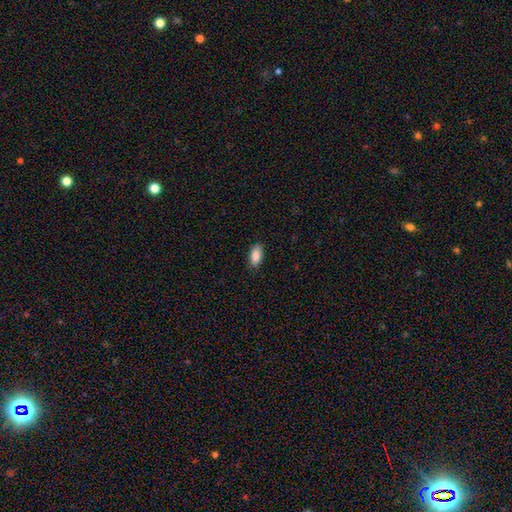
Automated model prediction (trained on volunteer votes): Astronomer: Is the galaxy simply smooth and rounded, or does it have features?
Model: smooth — 88%.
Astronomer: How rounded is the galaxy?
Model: in between — 91%.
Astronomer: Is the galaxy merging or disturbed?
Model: none — 87%.